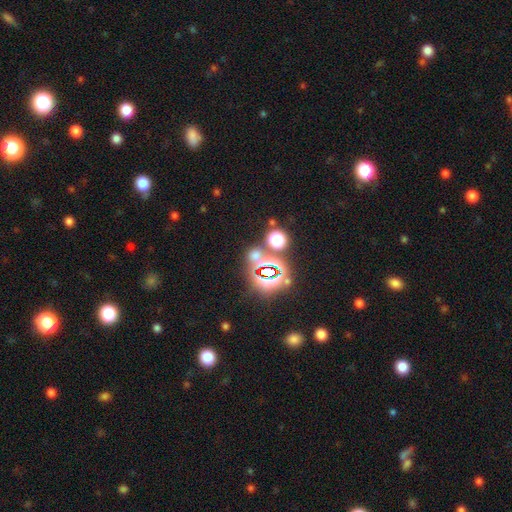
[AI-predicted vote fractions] This appears to be a star or artifact, not a galaxy (56%).